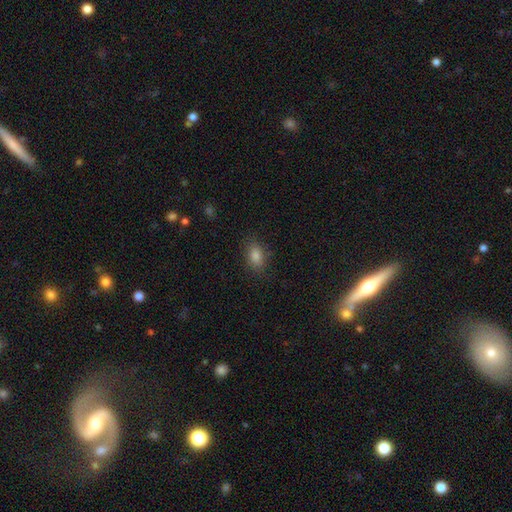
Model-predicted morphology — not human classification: This is likely a smooth galaxy (77%). How rounded: likely in between (79%). Merging: clearly none (83%).